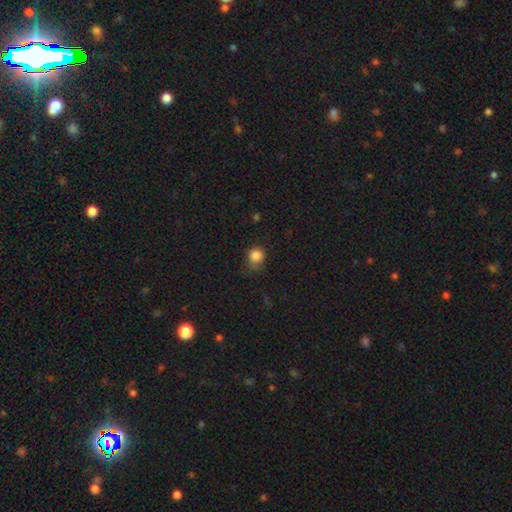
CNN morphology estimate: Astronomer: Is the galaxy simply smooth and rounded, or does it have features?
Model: smooth — 85%.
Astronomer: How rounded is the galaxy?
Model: round — 83%.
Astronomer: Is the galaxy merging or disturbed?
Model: none — 62%.